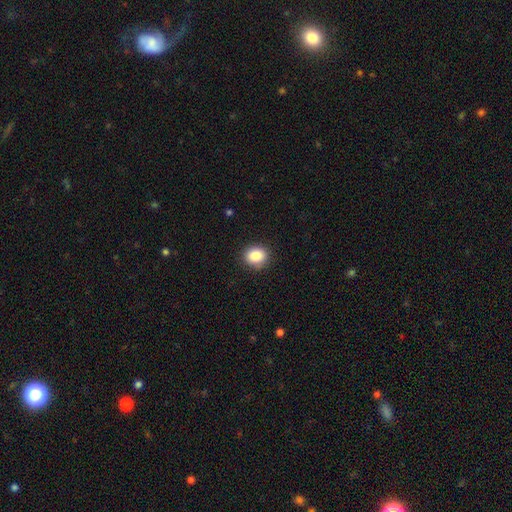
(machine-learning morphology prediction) Q: Smooth or featured?
A: smooth (87%); runner-up: star or artifact (9%)
Q: How rounded?
A: round (62%); runner-up: in between (37%)
Q: Merging?
A: none (87%); runner-up: minor disturbance (10%)